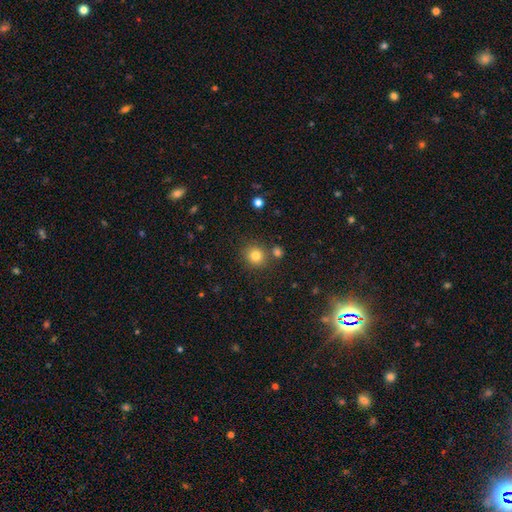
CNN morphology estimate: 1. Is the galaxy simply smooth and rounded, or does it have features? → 80% smooth, 13% star or artifact, 6% featured or disk.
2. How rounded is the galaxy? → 89% round, 10% in between, 1% cigar-shaped.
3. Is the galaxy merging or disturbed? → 79% none, 10% merger, 8% minor disturbance, 3% major disturbance.